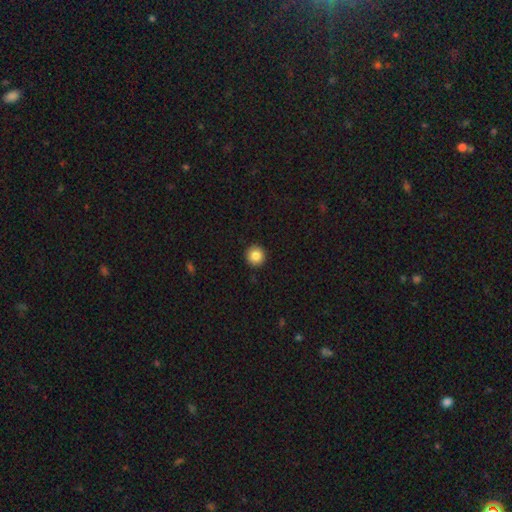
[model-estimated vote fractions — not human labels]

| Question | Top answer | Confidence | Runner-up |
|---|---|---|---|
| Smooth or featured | smooth | 85% | star or artifact (10%) |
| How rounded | round | 95% | in between (4%) |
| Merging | none | 93% | minor disturbance (4%) |